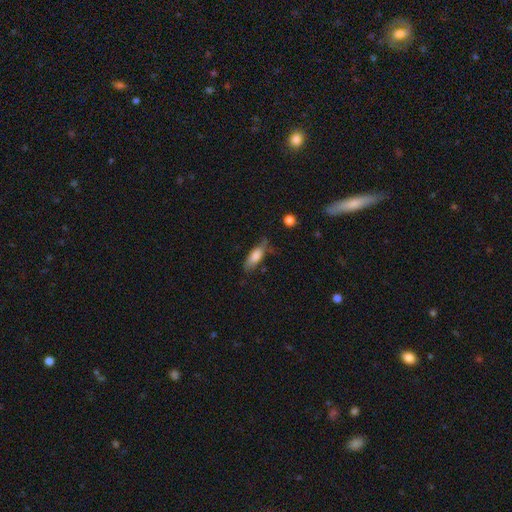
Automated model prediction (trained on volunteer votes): Q: Smooth or featured?
A: smooth (75%); runner-up: featured or disk (18%)
Q: How rounded?
A: in between (70%); runner-up: cigar-shaped (27%)
Q: Merging?
A: none (52%); runner-up: minor disturbance (32%)